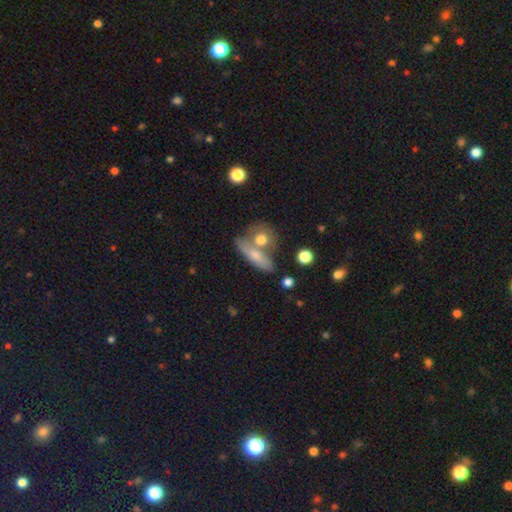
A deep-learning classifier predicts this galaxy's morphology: A smooth galaxy with no disk features (67%) that is in between round and cigar-shaped (42%).

Vote fractions:
- Smooth or featured? smooth: 67% / featured or disk: 26% / star or artifact: 7%
- How rounded? in between: 42% / cigar-shaped: 38% / round: 20%
- Merging? none: 47% / merger: 34% / minor disturbance: 13% / major disturbance: 6%